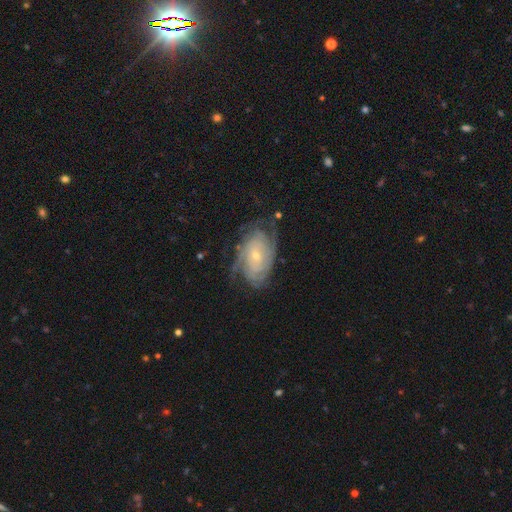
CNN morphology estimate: Smooth or featured: featured or disk — 80% (smooth — 13%)
Edge-on disk: no — 95% (yes — 5%)
Bar: no — 70% (weak — 25%)
Spiral arms: yes — 93% (no — 7%)
Spiral winding: tight — 65% (medium — 26%)
Spiral arm count: can't tell — 42% (2 — 19%)
Bulge size: small — 67% (moderate — 29%)
Merging: none — 67% (minor disturbance — 21%)